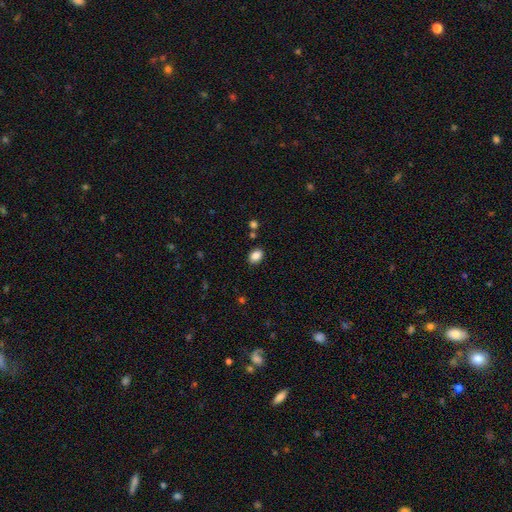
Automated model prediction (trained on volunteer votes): smooth_or_featured: smooth (p=0.87) [alt: star or artifact p=0.09]
how_rounded: in between (p=0.76) [alt: round p=0.23]
merging: none (p=0.85) [alt: minor disturbance p=0.09]